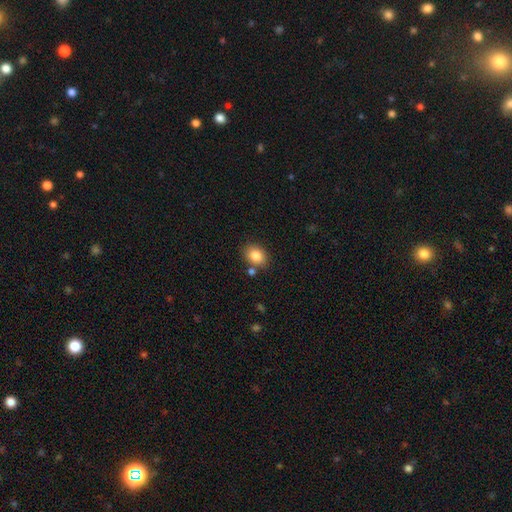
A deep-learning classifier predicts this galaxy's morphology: Smooth or featured? smooth (85%)
How rounded? in between (60%)
Merging? none (79%)